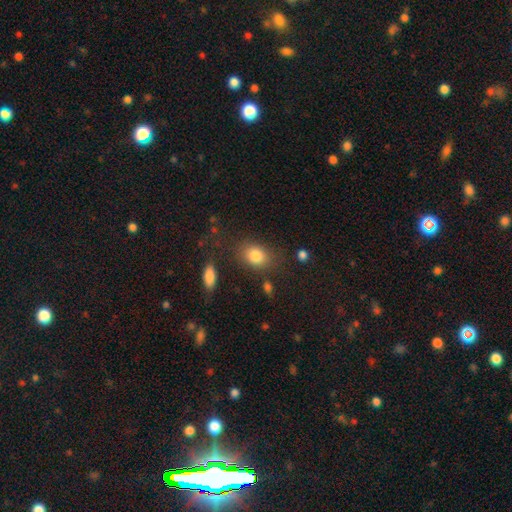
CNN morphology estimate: smooth 83%, star or artifact 9%, featured or disk 8%. Down the decision tree: how rounded — in between (60%); merging — none (74%).